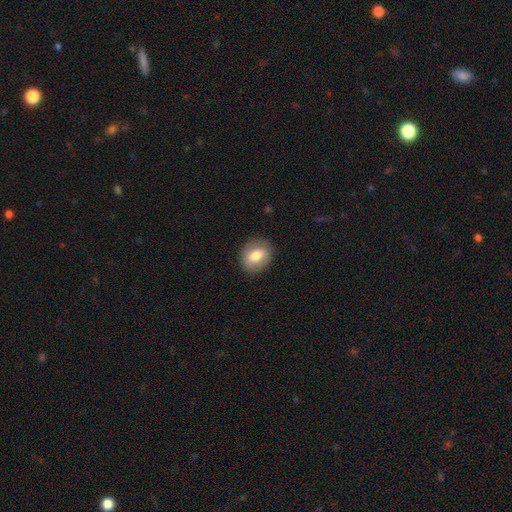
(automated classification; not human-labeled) smooth-or-featured: smooth: 75% | featured or disk: 17% | star or artifact: 7%
  how-rounded: in between: 50% | round: 48% | cigar-shaped: 1%
  merging: none: 86% | minor disturbance: 10% | major disturbance: 3% | merger: 1%